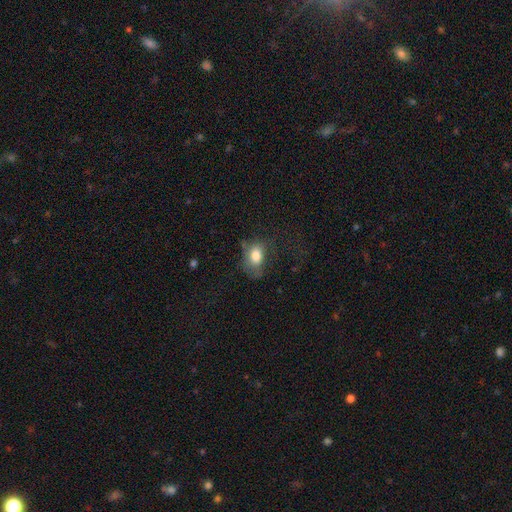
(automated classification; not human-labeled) smooth-or-featured: smooth: 77% | featured or disk: 14% | star or artifact: 9%
  how-rounded: in between: 79% | round: 19% | cigar-shaped: 2%
  merging: none: 44% | minor disturbance: 29% | major disturbance: 24% | merger: 2%